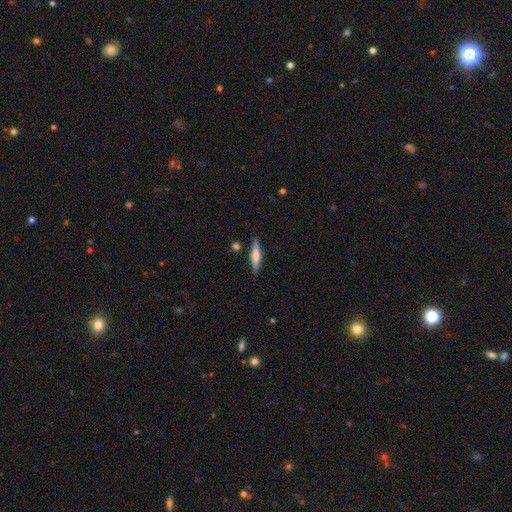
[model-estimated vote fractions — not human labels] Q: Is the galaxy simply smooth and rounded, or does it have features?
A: smooth — 53%.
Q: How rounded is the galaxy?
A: cigar-shaped — 84%.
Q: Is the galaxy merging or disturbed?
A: none — 86%.